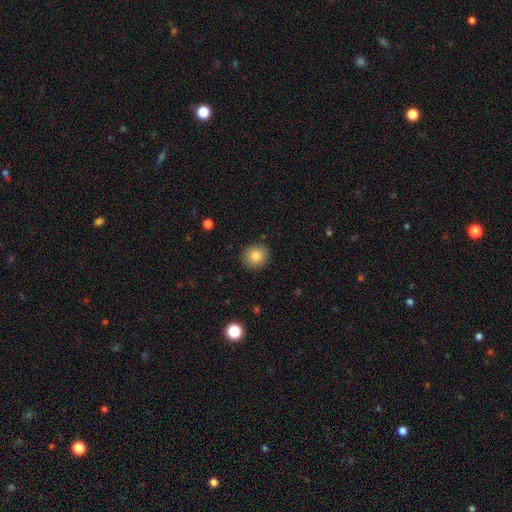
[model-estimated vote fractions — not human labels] Smooth or featured? smooth (83%)
How rounded? round (84%)
Merging? none (89%)